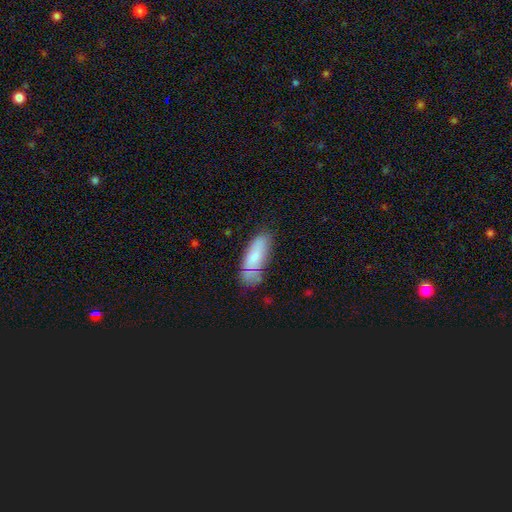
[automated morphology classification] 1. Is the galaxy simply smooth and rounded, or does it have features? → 74% smooth, 18% featured or disk, 8% star or artifact.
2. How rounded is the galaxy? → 71% in between, 26% cigar-shaped, 2% round.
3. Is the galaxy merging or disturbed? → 61% none, 25% minor disturbance, 8% major disturbance, 6% merger.